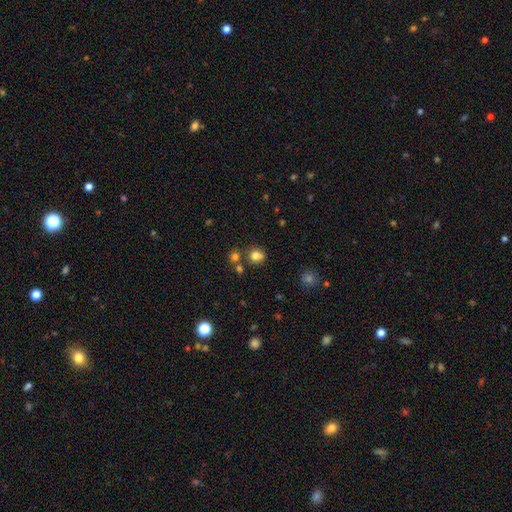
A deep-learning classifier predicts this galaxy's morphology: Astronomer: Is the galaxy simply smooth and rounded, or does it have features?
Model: smooth — 78%.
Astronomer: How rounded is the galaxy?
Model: round — 83%.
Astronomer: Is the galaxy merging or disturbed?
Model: none — 67%.